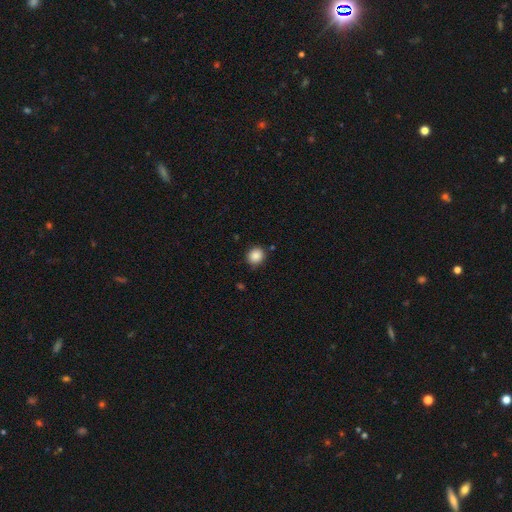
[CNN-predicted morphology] The model was most divided on "how rounded": round: 81%, in between: 18%, cigar-shaped: 1%. More confident: smooth or featured — smooth (87%); merging — none (84%).